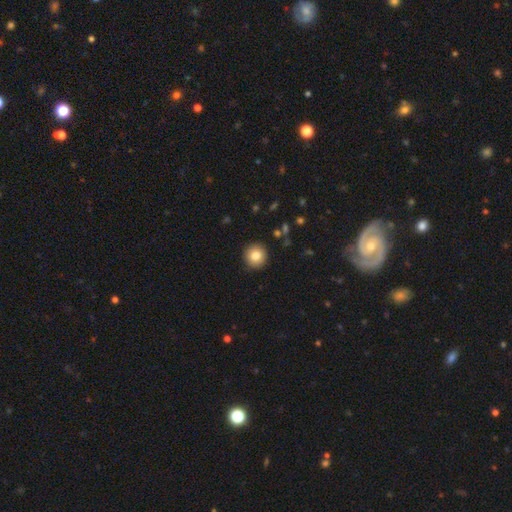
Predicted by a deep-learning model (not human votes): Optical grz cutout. It shows a smooth galaxy with no disk features (81%) that is round (95%). Merging: none (91%).